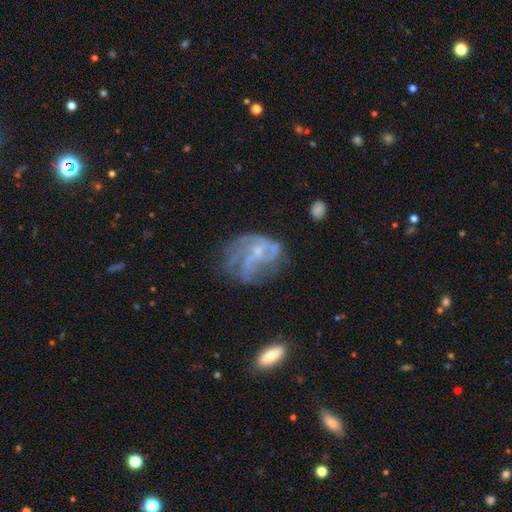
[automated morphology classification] type=featured or disk (65%); edge-on=no (96%); bar=no (48%); spiral arms=yes (73%); bulge=small (68%); merging=none (55%).